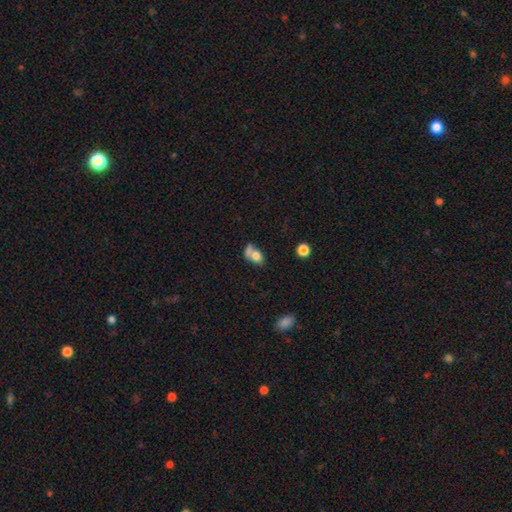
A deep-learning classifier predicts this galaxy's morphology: This appears to be a smooth galaxy with no disk features (75%) that is in between round and cigar-shaped (71%). Merging: merger (53%).